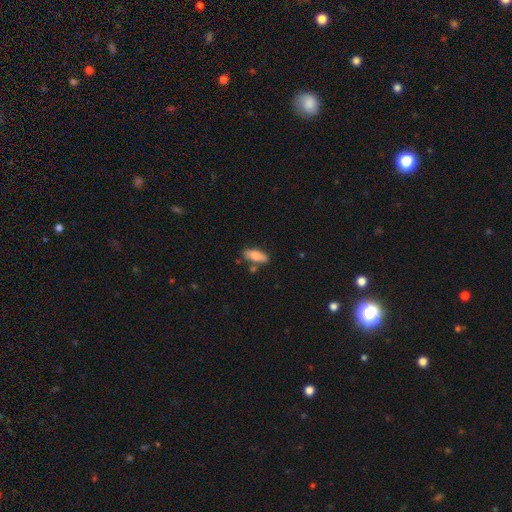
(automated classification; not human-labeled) Overall: smooth (76%). How rounded: in between (75%). Merging: none (76%).